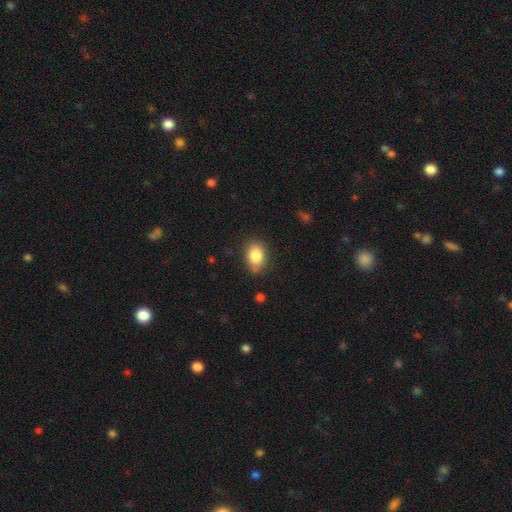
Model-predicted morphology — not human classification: smooth 85%, star or artifact 8%, featured or disk 7%. Down the decision tree: how rounded — in between (73%); merging — none (79%).